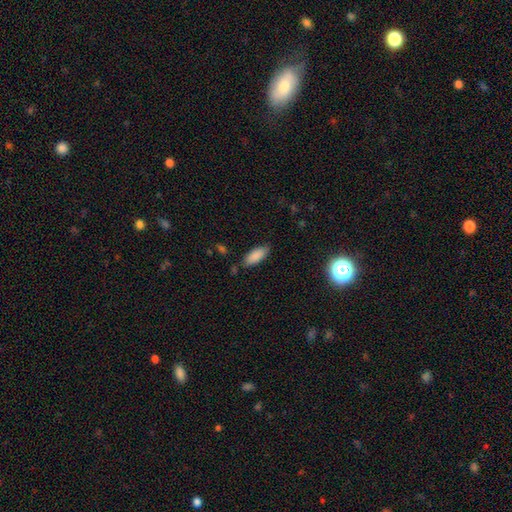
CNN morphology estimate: This is clearly a smooth galaxy (88%). How rounded: likely in between (80%). Merging: likely none (79%).